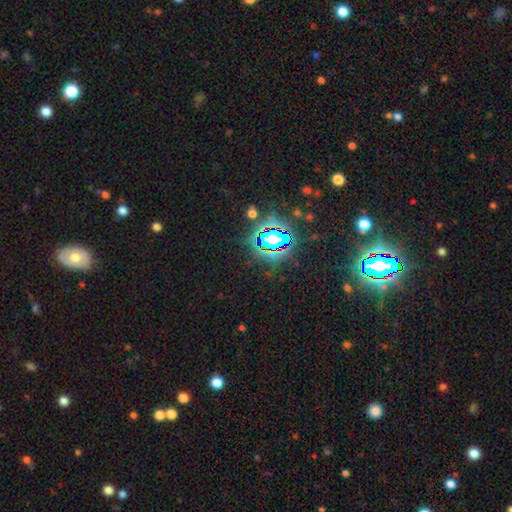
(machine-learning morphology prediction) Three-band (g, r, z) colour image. It shows a star or artifact, not a galaxy (83%).